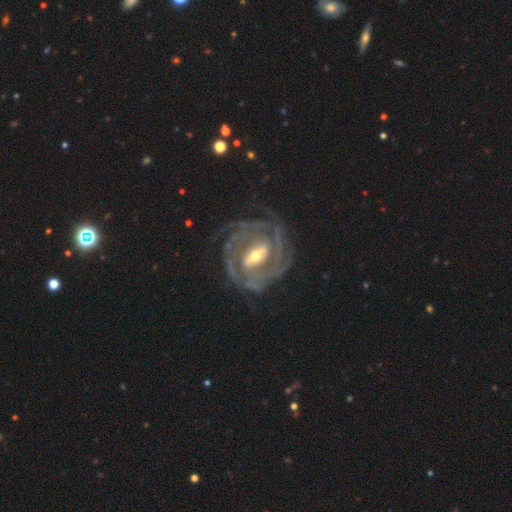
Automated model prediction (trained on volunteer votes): Smooth or featured: featured or disk — 90% (smooth — 5%)
Edge-on disk: no — 96% (yes — 4%)
Bar: strong — 52% (weak — 33%)
Spiral arms: yes — 96% (no — 4%)
Spiral winding: tight — 70% (medium — 24%)
Spiral arm count: 2 — 30% (3 — 23%)
Bulge size: moderate — 59% (small — 32%)
Merging: none — 70% (minor disturbance — 17%)